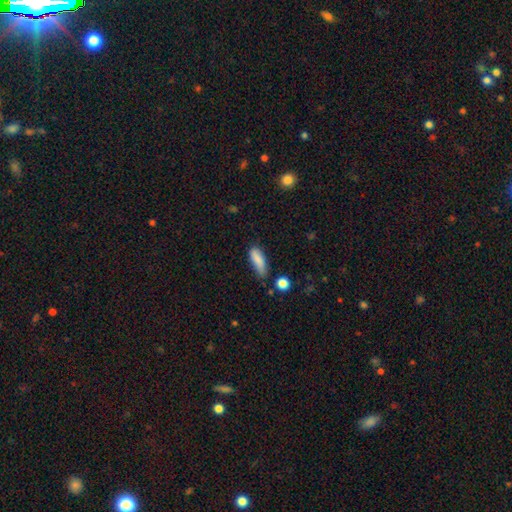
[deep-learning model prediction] This appears to be a smooth galaxy with no disk features (73%) that is in between round and cigar-shaped (51%). Merging: none (65%).